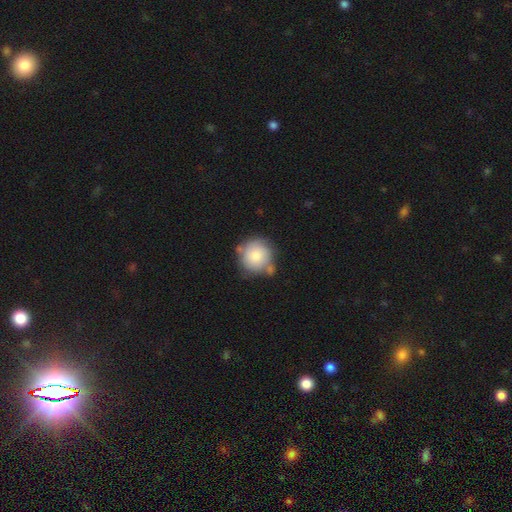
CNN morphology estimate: Q: Smooth or featured?
A: smooth (81%); runner-up: featured or disk (13%)
Q: How rounded?
A: round (91%); runner-up: in between (8%)
Q: Merging?
A: none (60%); runner-up: minor disturbance (19%)